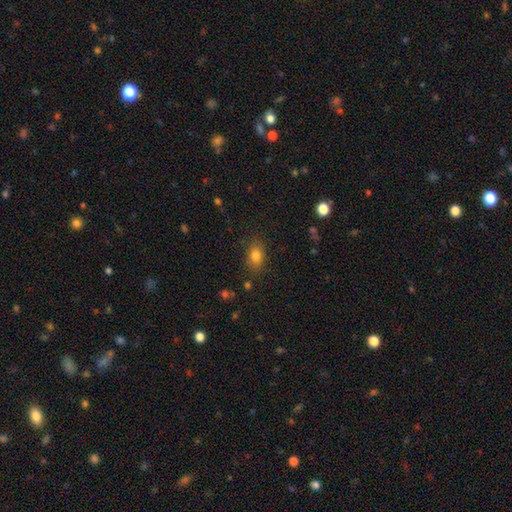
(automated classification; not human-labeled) smooth 81%, star or artifact 11%, featured or disk 8%. Down the decision tree: how rounded — in between (78%); merging — none (82%).